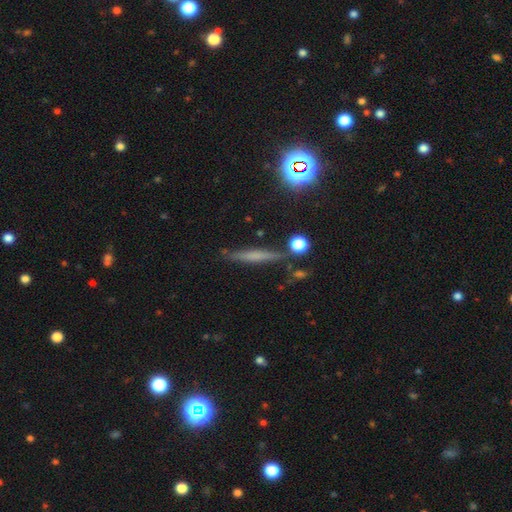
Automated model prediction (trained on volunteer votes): Smooth or featured? smooth (44%)
Merging? none (83%)